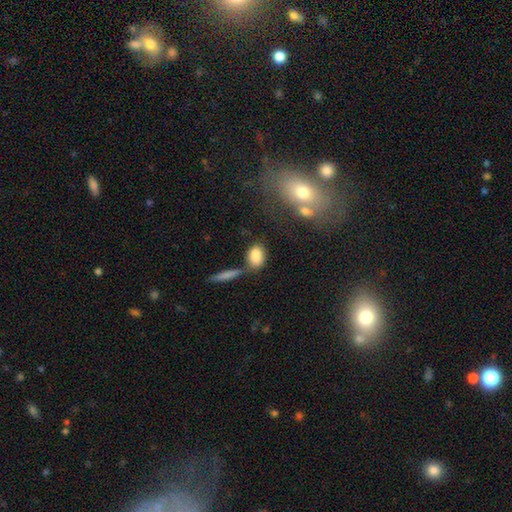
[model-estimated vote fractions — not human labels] smooth 84%, star or artifact 8%, featured or disk 8%. Down the decision tree: how rounded — in between (79%); merging — none (50%).